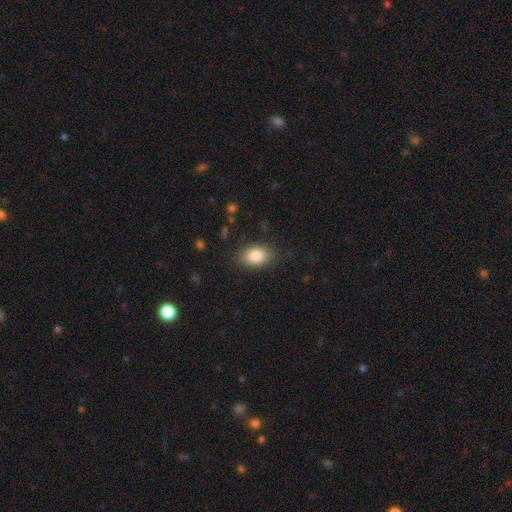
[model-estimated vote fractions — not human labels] This appears to be a smooth galaxy with no disk features (85%) that is in between round and cigar-shaped (84%). Merging: none (84%).